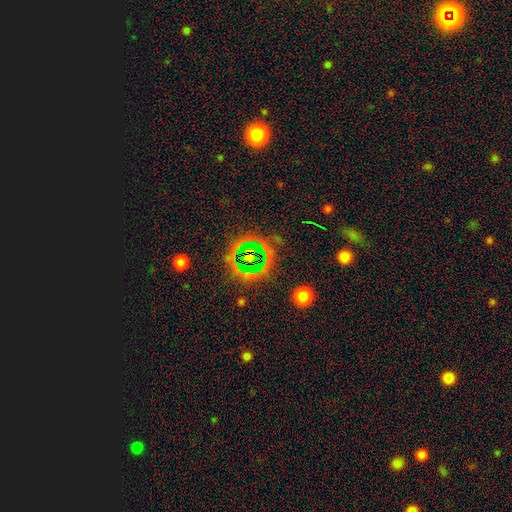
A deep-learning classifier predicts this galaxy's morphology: Q: Smooth or featured?
A: star or artifact (75%); runner-up: smooth (14%)